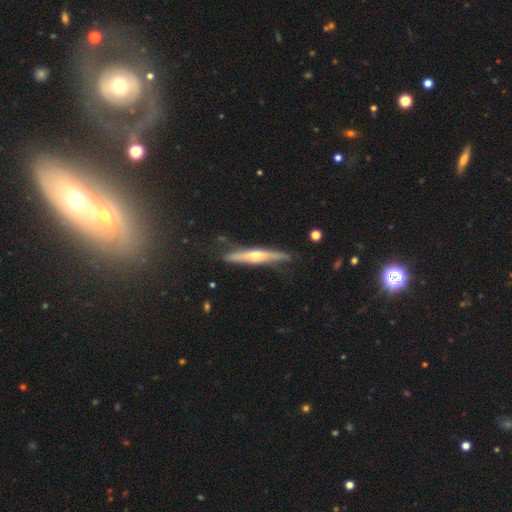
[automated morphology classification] Smooth or featured? Predicted: featured or disk (p=0.69). Edge-on disk? Predicted: yes (p=0.94). Edge-on bulge? Predicted: rounded (p=0.82). Merging? Predicted: none (p=0.76).